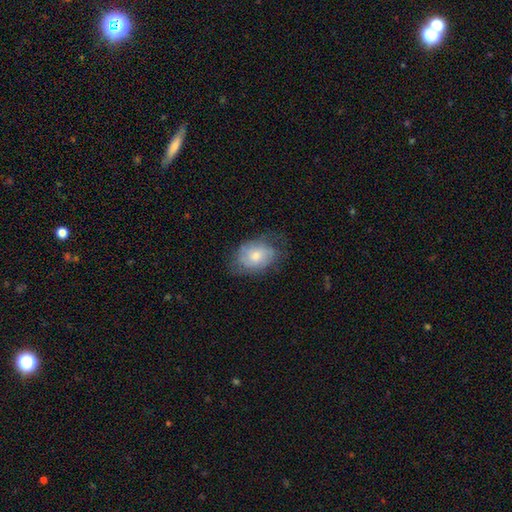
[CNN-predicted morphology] This is possibly a smooth galaxy (52%). How rounded: likely in between (78%). Merging: possibly none (60%).